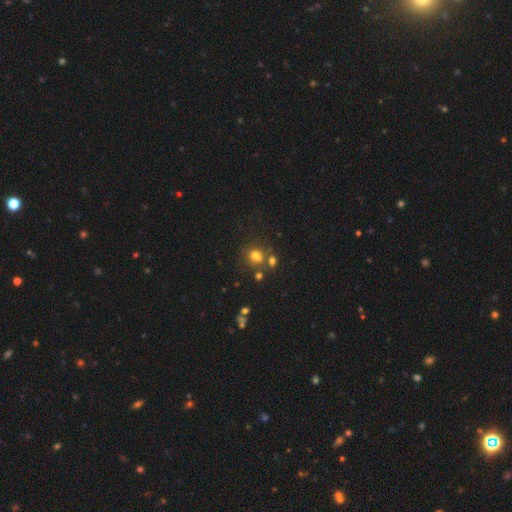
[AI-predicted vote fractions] Smooth or featured: smooth — 70% (star or artifact — 18%)
How rounded: round — 73% (in between — 26%)
Merging: none — 56% (merger — 26%)